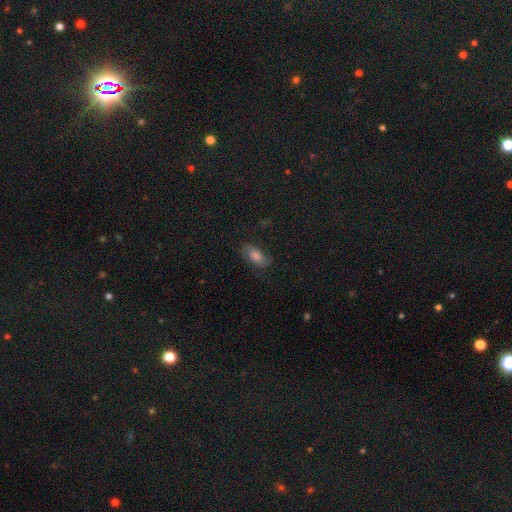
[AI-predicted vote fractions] Smooth or featured?
  - smooth: 49% *
  - featured or disk: 33%
  - star or artifact: 18%
Merging?
  - none: 77% *
  - minor disturbance: 16%
  - major disturbance: 6%
  - merger: 1%